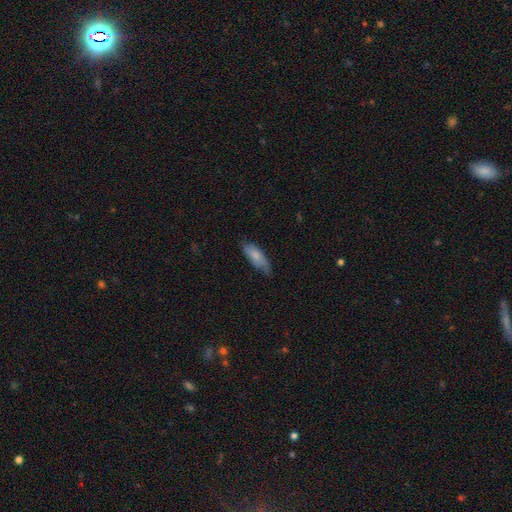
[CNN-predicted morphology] Q: Smooth or featured?
A: smooth (78%); runner-up: featured or disk (16%)
Q: How rounded?
A: in between (66%); runner-up: cigar-shaped (32%)
Q: Merging?
A: none (65%); runner-up: minor disturbance (29%)